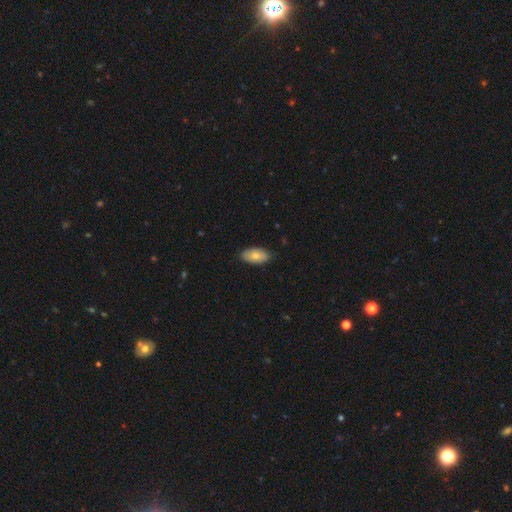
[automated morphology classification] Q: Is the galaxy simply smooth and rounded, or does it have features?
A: smooth — 74%.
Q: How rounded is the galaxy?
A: in between — 94%.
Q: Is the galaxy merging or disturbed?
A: none — 83%.